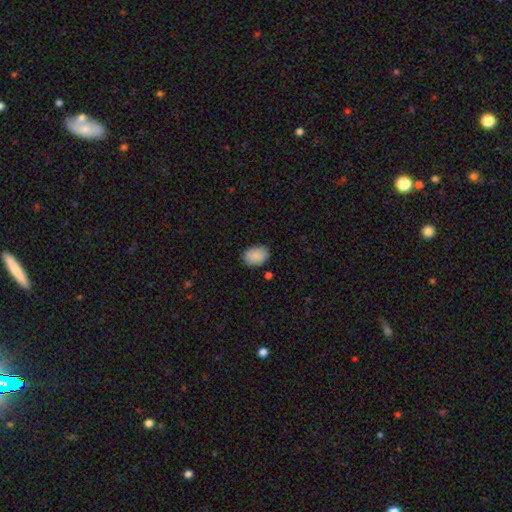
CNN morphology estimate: smooth-or-featured: smooth: 89% | star or artifact: 7% | featured or disk: 4%
  how-rounded: in between: 78% | round: 21% | cigar-shaped: 1%
  merging: none: 83% | minor disturbance: 13% | major disturbance: 3% | merger: 2%